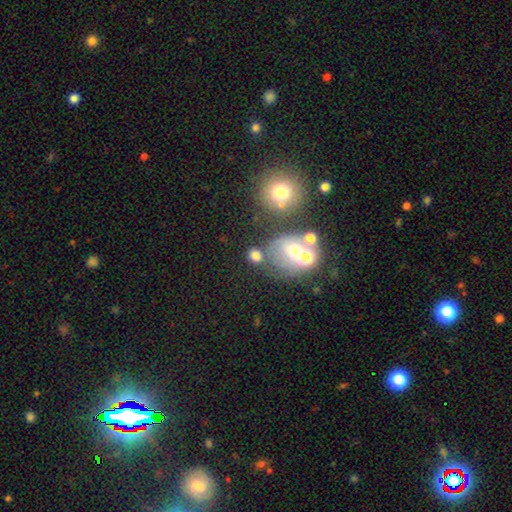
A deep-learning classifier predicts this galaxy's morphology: Q: Smooth or featured?
A: smooth (67%); runner-up: star or artifact (19%)
Q: How rounded?
A: round (67%); runner-up: in between (31%)
Q: Merging?
A: none (52%); runner-up: merger (25%)